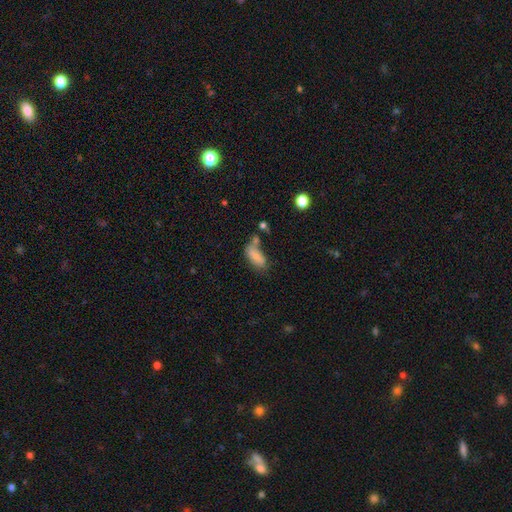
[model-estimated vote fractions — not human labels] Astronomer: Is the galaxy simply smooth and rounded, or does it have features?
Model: smooth — 77%.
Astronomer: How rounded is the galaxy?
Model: in between — 81%.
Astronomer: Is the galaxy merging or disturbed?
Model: none — 39% (runner-up: minor disturbance, 25%).